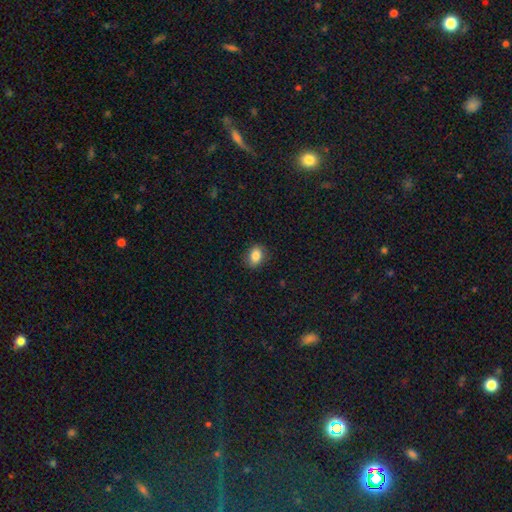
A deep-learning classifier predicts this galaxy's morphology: This is clearly a smooth galaxy (84%). How rounded: likely in between (67%). Merging: clearly none (84%).